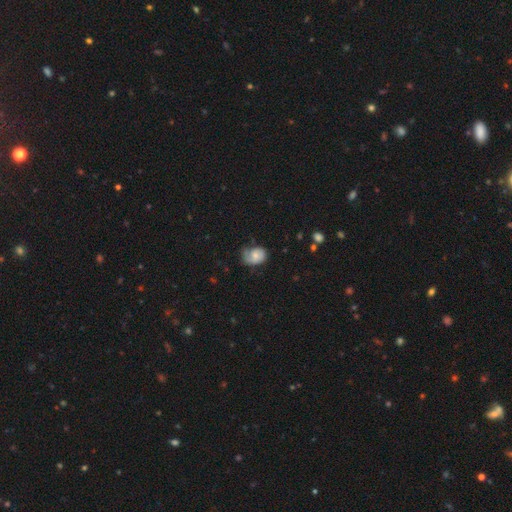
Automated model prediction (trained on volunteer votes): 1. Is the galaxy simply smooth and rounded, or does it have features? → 60% smooth, 32% featured or disk, 8% star or artifact.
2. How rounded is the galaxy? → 60% in between, 39% round, 1% cigar-shaped.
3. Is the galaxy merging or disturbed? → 40% none, 37% minor disturbance, 21% major disturbance, 3% merger.